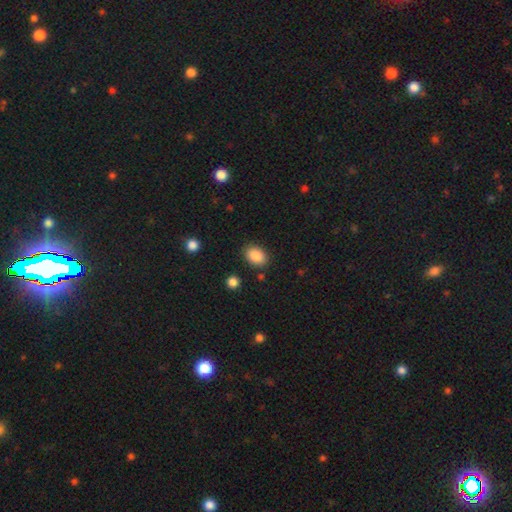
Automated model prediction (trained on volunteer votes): Smooth or featured: smooth — 88% (star or artifact — 8%)
How rounded: in between — 80% (round — 19%)
Merging: none — 85% (minor disturbance — 10%)